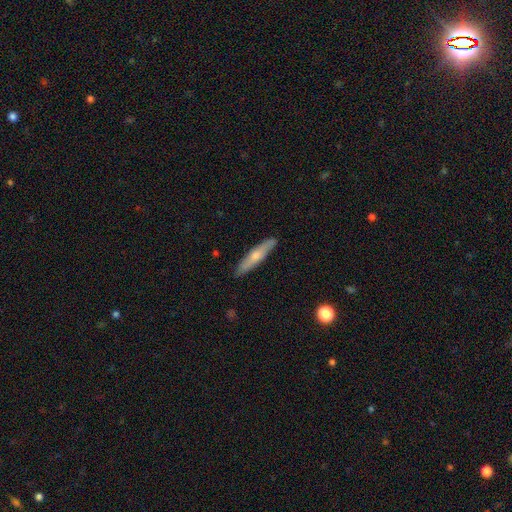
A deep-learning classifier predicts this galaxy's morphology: Smooth or featured: smooth — 53% (featured or disk — 41%)
How rounded: cigar-shaped — 86% (in between — 12%)
Merging: none — 88% (minor disturbance — 9%)